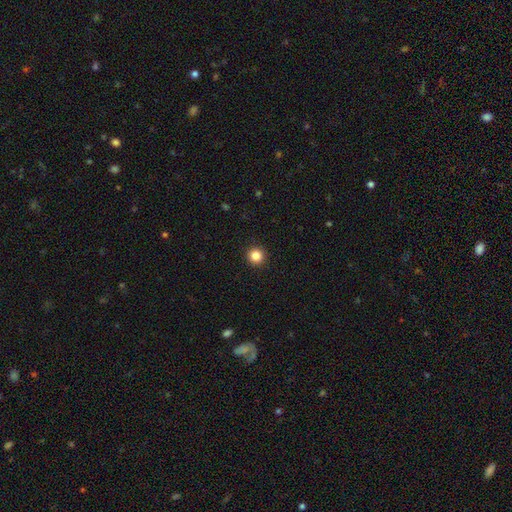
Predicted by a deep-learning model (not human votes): Morphology: type=smooth (85%); roundness=round (96%); merging=none (93%).